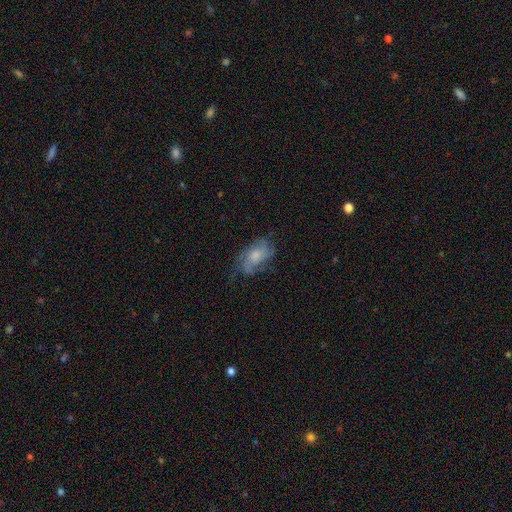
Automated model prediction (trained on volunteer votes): Q: Smooth or featured?
A: featured or disk (64%); runner-up: smooth (27%)
Q: Edge-on disk?
A: no (95%); runner-up: yes (5%)
Q: Bar?
A: no (76%); runner-up: weak (22%)
Q: Spiral arms?
A: yes (86%); runner-up: no (14%)
Q: Spiral winding?
A: medium (43%); runner-up: tight (34%)
Q: Spiral arm count?
A: can't tell (37%); runner-up: 3 (22%)
Q: Bulge size?
A: moderate (48%); runner-up: small (35%)
Q: Merging?
A: none (57%); runner-up: minor disturbance (25%)